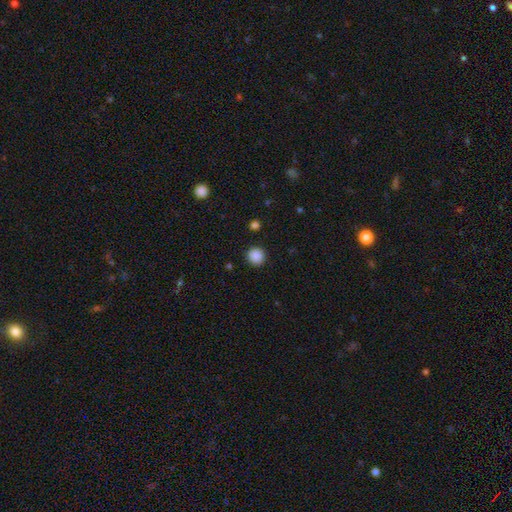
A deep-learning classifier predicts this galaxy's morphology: Q: Smooth or featured?
A: smooth (88%); runner-up: star or artifact (10%)
Q: How rounded?
A: round (94%); runner-up: in between (5%)
Q: Merging?
A: none (91%); runner-up: minor disturbance (5%)